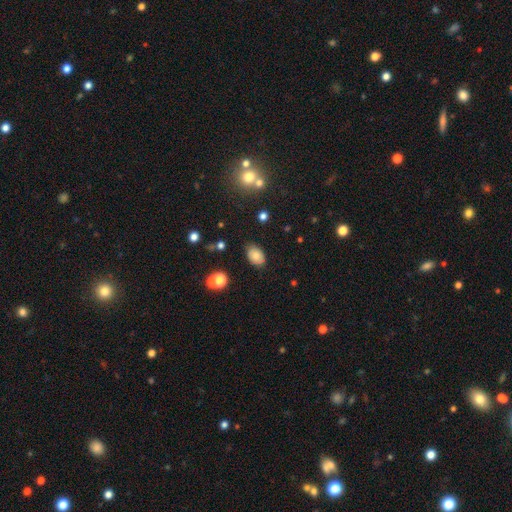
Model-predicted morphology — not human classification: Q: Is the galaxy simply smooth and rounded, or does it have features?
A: smooth — 76%.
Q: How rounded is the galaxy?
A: in between — 88%.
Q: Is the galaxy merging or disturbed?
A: none — 83%.